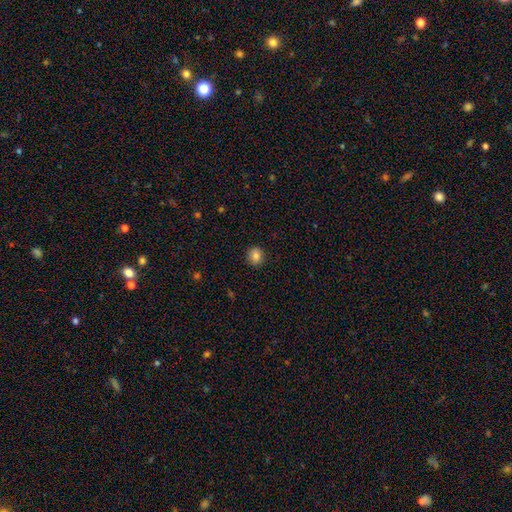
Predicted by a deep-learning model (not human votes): Smooth or featured? Predicted: smooth (p=0.83). How rounded? Predicted: round (p=0.81). Merging? Predicted: none (p=0.90).